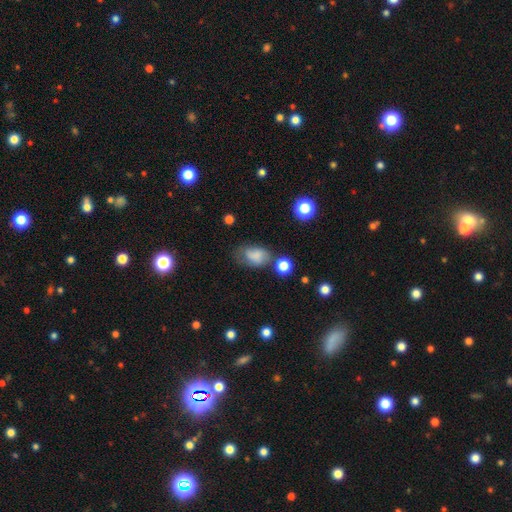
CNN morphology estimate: smooth-or-featured: smooth: 76% | featured or disk: 13% | star or artifact: 11%
  how-rounded: in between: 83% | round: 16% | cigar-shaped: 2%
  merging: none: 45% | minor disturbance: 31% | major disturbance: 15% | merger: 9%